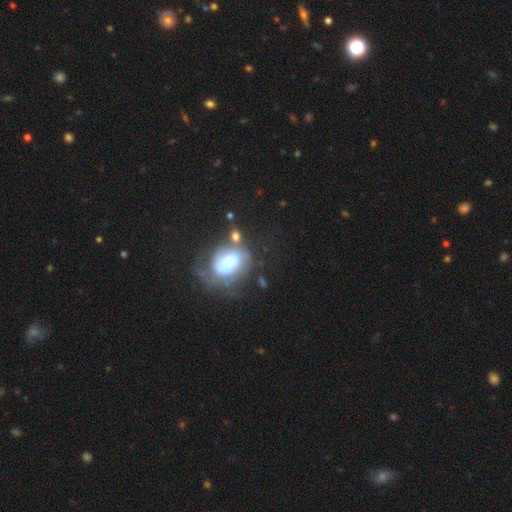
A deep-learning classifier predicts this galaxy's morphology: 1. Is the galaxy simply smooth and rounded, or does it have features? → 38% smooth (tied), 38% featured or disk (tied), 23% star or artifact.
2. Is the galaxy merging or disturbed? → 62% none, 18% minor disturbance, 13% major disturbance, 7% merger.